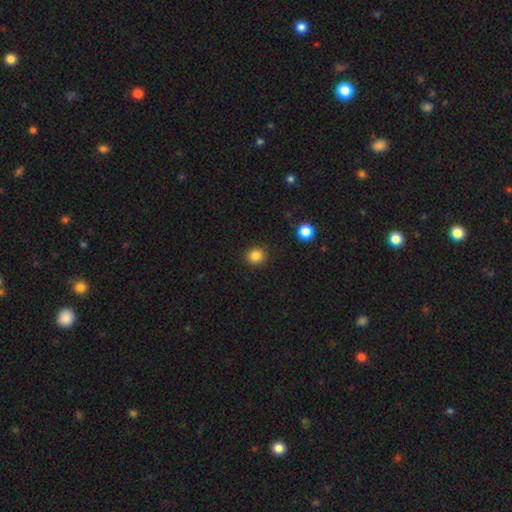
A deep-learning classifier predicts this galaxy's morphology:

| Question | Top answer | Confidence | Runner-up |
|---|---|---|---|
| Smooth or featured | smooth | 85% | star or artifact (12%) |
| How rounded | round | 87% | in between (12%) |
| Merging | none | 91% | minor disturbance (6%) |